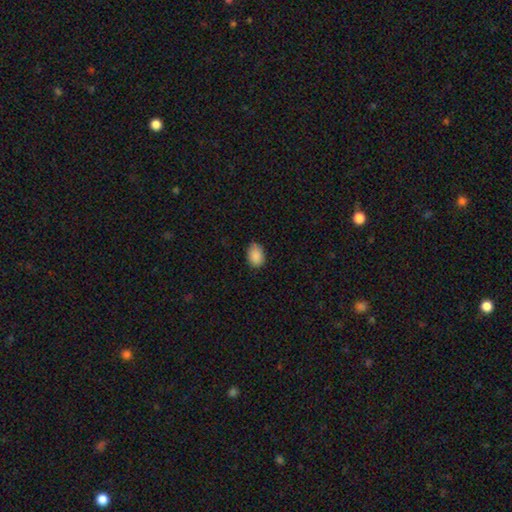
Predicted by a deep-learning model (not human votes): A smooth galaxy with no disk features (89%) that is in between round and cigar-shaped (79%). Merging: none (75%).